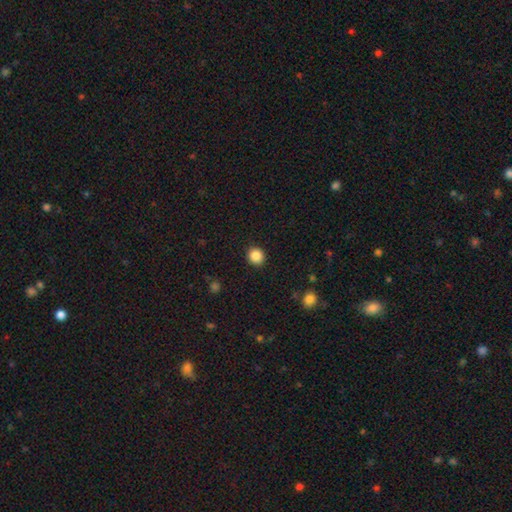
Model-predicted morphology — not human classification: type=smooth (87%); roundness=round (88%); merging=none (91%).